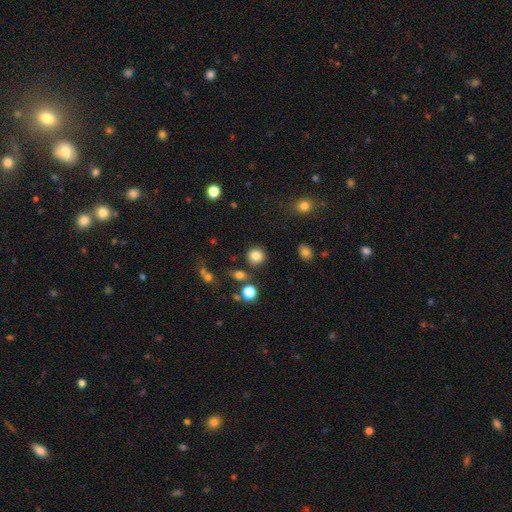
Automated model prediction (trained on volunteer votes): This is clearly a smooth galaxy (83%). How rounded: clearly round (90%). Merging: clearly none (84%).